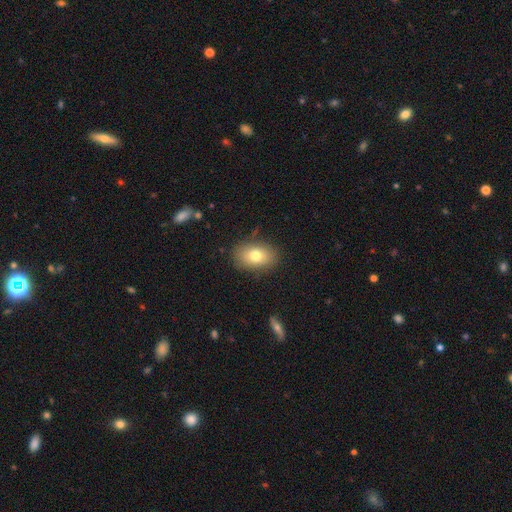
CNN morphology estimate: A smooth galaxy with no disk features (77%) that is in between round and cigar-shaped (84%).

Vote fractions:
- Smooth or featured? smooth: 77% / featured or disk: 14% / star or artifact: 9%
- How rounded? in between: 84% / round: 15% / cigar-shaped: 1%
- Merging? none: 85% / minor disturbance: 11% / major disturbance: 3% / merger: 1%